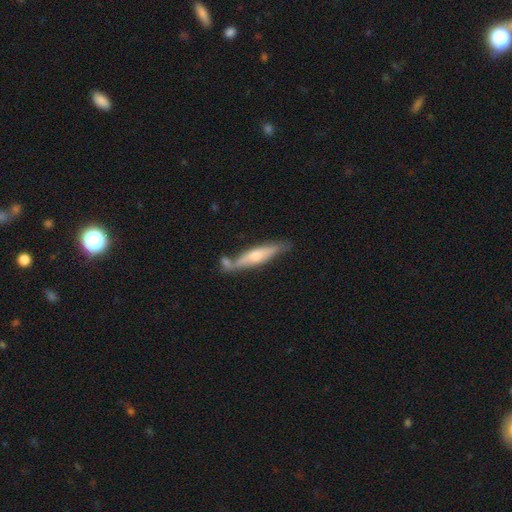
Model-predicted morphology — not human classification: A featured or disk galaxy (54%) viewed edge-on (89%).

Vote fractions:
- Smooth or featured? featured or disk: 54% / smooth: 40% / star or artifact: 6%
- Edge-on disk? yes: 89% / no: 11%
- Merging? none: 60% / merger: 19% / minor disturbance: 16% / major disturbance: 4%